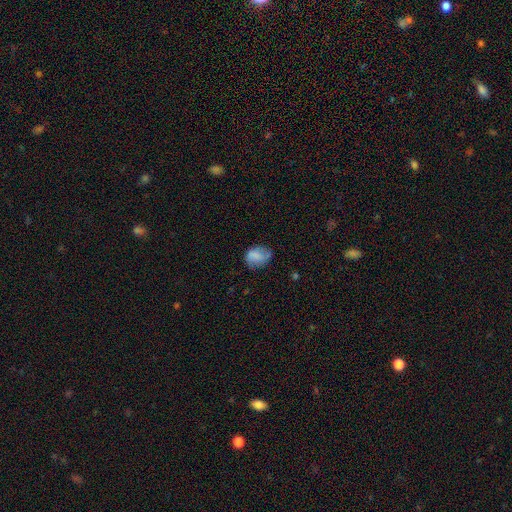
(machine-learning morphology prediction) Smooth or featured: smooth — 68% (featured or disk — 23%)
How rounded: in between — 67% (round — 31%)
Merging: none — 59% (minor disturbance — 29%)